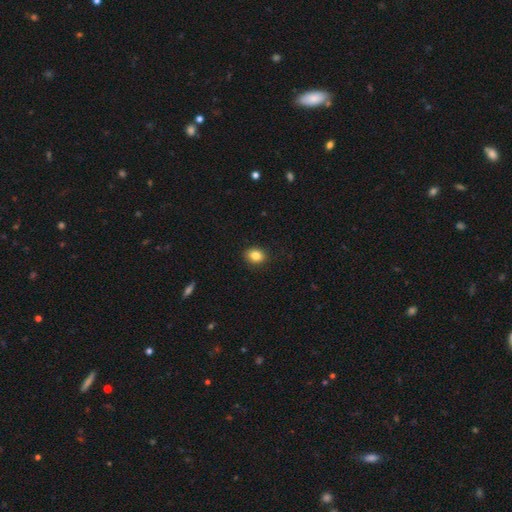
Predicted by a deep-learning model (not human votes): smooth 84%, star or artifact 10%, featured or disk 6%. Down the decision tree: how rounded — in between (56%); merging — none (89%).